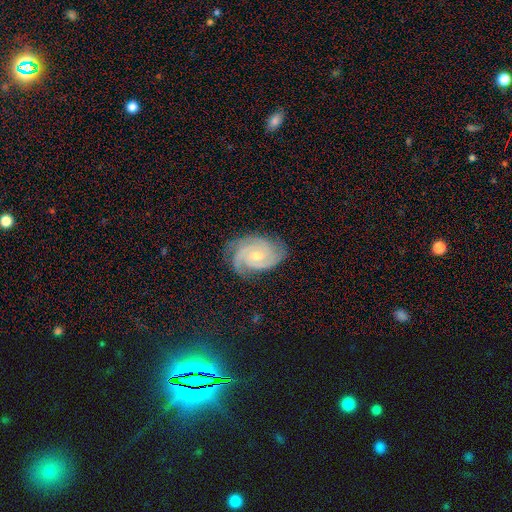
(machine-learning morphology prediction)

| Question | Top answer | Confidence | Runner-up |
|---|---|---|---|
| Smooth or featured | featured or disk | 88% | smooth (6%) |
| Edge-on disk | no | 97% | yes (3%) |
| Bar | no | 58% | weak (35%) |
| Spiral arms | yes | 98% | no (2%) |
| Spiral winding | tight | 67% | medium (29%) |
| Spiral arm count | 3 | 47% | 2 (24%) |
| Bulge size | small | 50% | moderate (47%) |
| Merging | none | 76% | minor disturbance (18%) |